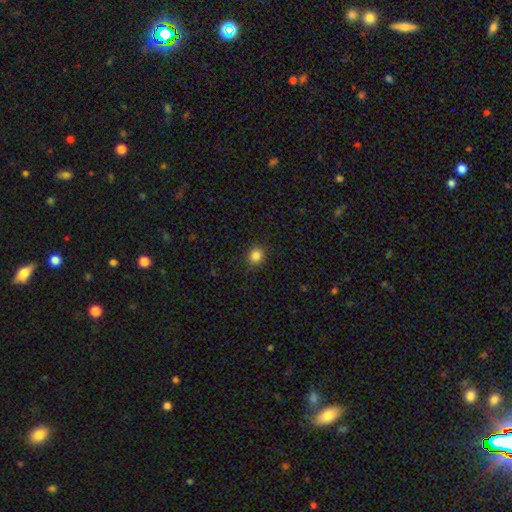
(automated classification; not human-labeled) Overall: smooth (85%). How rounded: round (84%). Merging: none (90%).